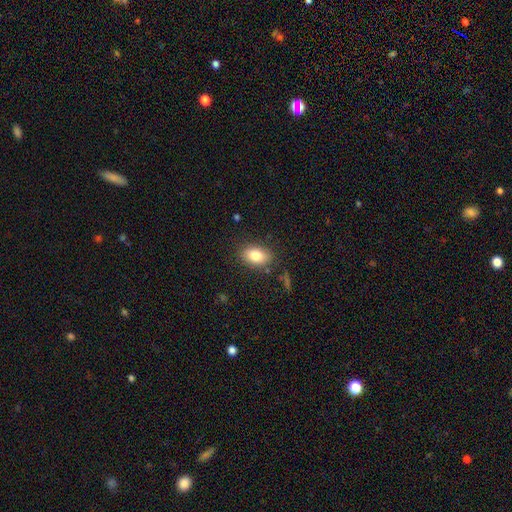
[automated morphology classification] smooth 82%, featured or disk 10%, star or artifact 8%. Down the decision tree: how rounded — in between (83%); merging — none (83%).